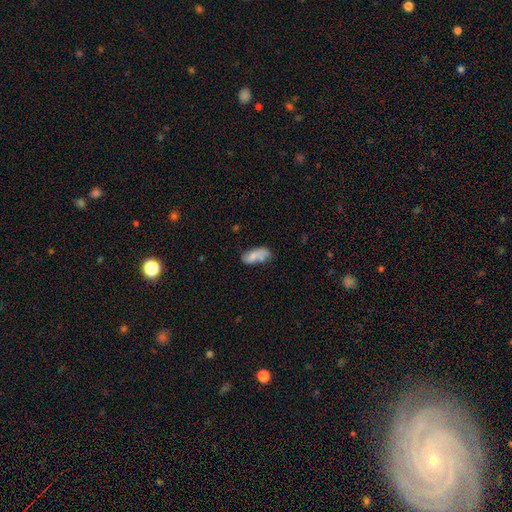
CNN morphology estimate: type=smooth (71%); roundness=in between (86%); merging=none (47%).